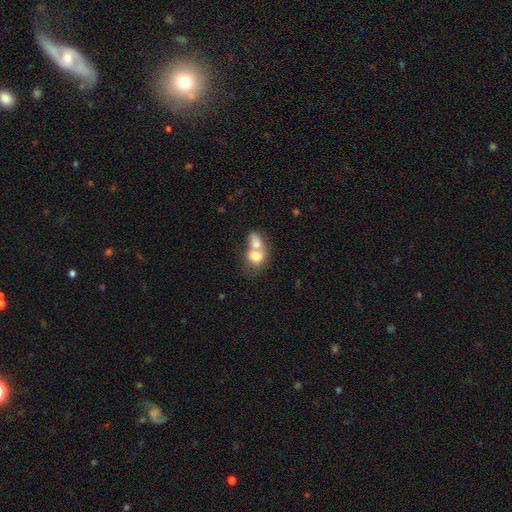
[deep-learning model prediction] Smooth or featured? smooth (72%)
How rounded? round (52%)
Merging? merger (74%)